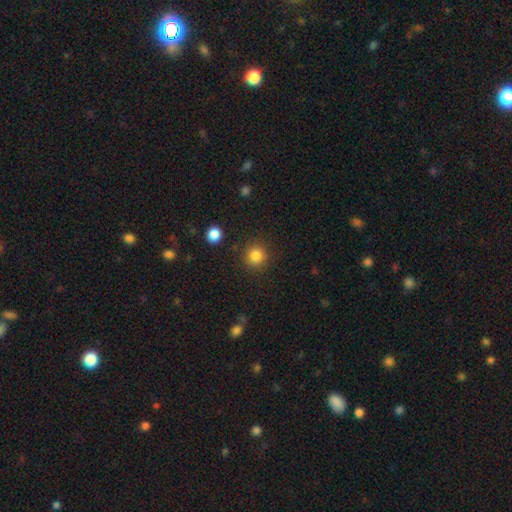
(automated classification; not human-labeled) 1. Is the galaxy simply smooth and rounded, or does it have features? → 85% smooth, 11% star or artifact, 4% featured or disk.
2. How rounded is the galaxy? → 93% round, 6% in between, 1% cigar-shaped.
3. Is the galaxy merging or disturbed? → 89% none, 7% minor disturbance, 3% major disturbance, 2% merger.